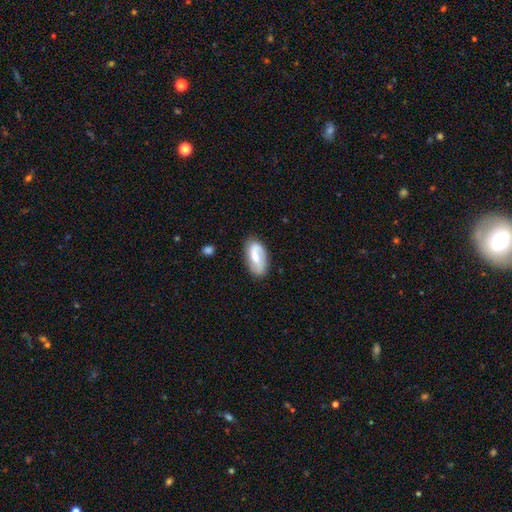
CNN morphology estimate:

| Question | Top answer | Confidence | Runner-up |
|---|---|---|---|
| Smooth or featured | featured or disk | 56% | smooth (38%) |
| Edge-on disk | no | 95% | yes (5%) |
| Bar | weak | 48% | no (30%) |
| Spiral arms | yes | 83% | no (17%) |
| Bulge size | moderate | 54% | small (30%) |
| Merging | none | 78% | minor disturbance (16%) |